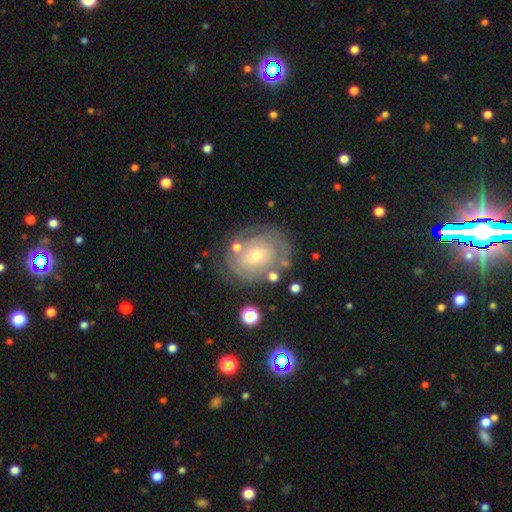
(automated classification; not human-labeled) Q: Smooth or featured?
A: featured or disk (76%); runner-up: smooth (17%)
Q: Edge-on disk?
A: no (97%); runner-up: yes (3%)
Q: Bar?
A: no (68%); runner-up: weak (26%)
Q: Spiral arms?
A: yes (84%); runner-up: no (16%)
Q: Spiral winding?
A: tight (76%); runner-up: medium (18%)
Q: Spiral arm count?
A: can't tell (46%); runner-up: 2 (29%)
Q: Bulge size?
A: small (63%); runner-up: moderate (32%)
Q: Merging?
A: none (73%); runner-up: minor disturbance (16%)